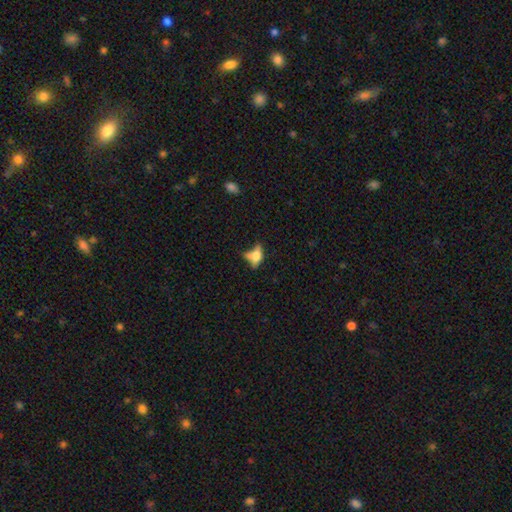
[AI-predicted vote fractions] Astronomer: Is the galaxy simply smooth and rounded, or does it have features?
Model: smooth — 55% (runner-up: featured or disk, 33%).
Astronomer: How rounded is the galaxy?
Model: in between — 75%.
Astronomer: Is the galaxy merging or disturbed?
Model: none — 38% (runner-up: merger, 23%).